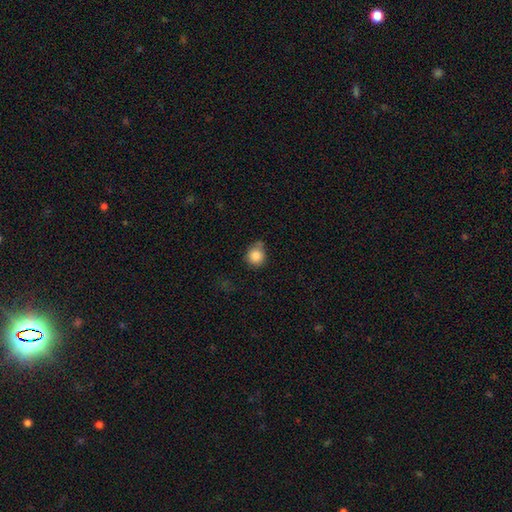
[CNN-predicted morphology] smooth-or-featured: smooth: 85% | star or artifact: 10% | featured or disk: 6%
  how-rounded: round: 88% | in between: 11% | cigar-shaped: 1%
  merging: none: 64% | minor disturbance: 25% | merger: 6% | major disturbance: 5%